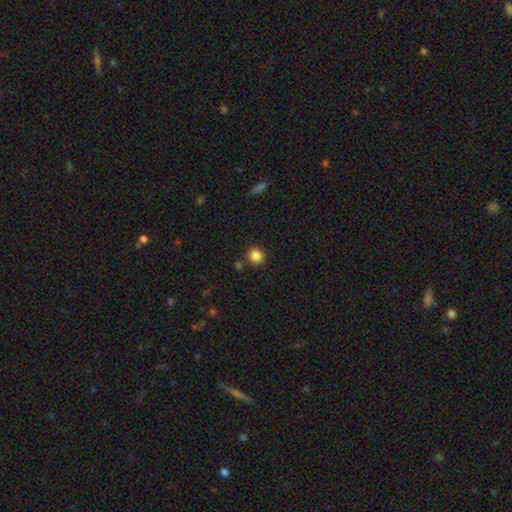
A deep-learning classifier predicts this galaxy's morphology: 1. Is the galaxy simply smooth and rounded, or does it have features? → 85% smooth, 11% star or artifact, 4% featured or disk.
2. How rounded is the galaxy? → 94% round, 5% in between, 1% cigar-shaped.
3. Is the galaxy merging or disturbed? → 85% none, 7% minor disturbance, 5% merger, 2% major disturbance.